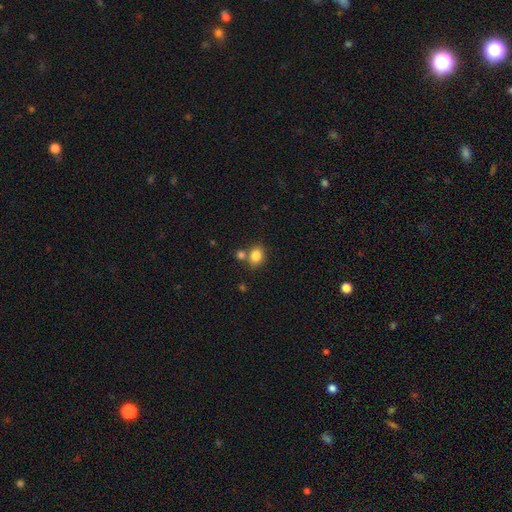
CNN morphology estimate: type=smooth (84%); roundness=in between (51%); merging=none (62%).